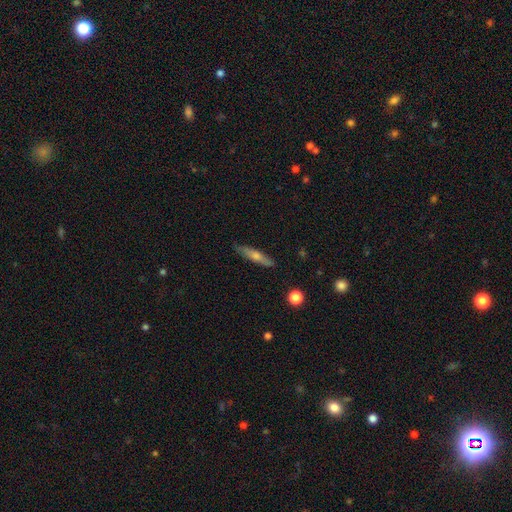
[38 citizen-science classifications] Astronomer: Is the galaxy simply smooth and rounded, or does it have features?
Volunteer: smooth — 53% (runner-up: featured or disk, 42%).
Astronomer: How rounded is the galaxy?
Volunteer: cigar-shaped — 80%.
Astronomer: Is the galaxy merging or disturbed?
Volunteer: none — 83%.